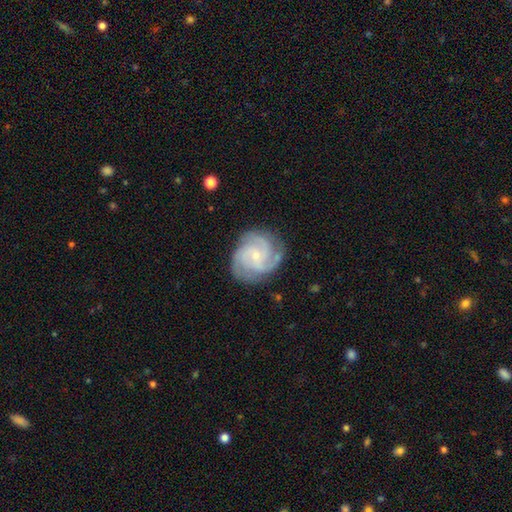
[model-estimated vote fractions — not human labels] smooth-or-featured: featured or disk: 88% | smooth: 7% | star or artifact: 5%
  disk-edge-on: no: 98% | yes: 2%
    bar: no: 67% | weak: 28% | strong: 5%
    has-spiral-arms: yes: 98% | no: 2%
      spiral-winding: tight: 53% | medium: 41% | loose: 6%
      spiral-arm-count: 3: 57% | 4: 18% | 2: 9% | can't tell: 8% | more than 4: 4% | 1: 4%
    bulge-size: small: 78% | moderate: 17% | none: 3% | large: 1% | dominant: 1%
  merging: none: 79% | minor disturbance: 15% | major disturbance: 5% | merger: 1%